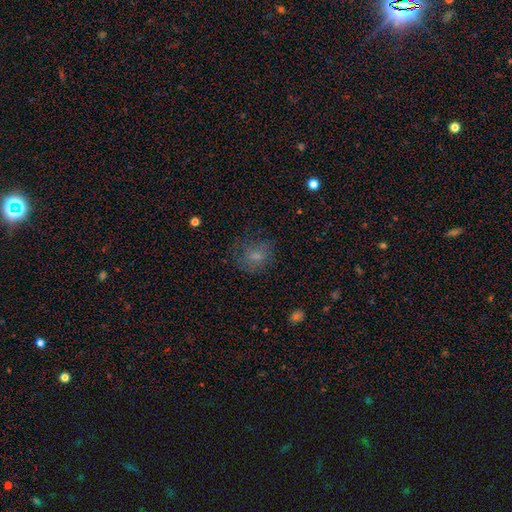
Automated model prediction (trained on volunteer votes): A smooth galaxy with no disk features (61%) that is round (54%). Merging: none (59%).